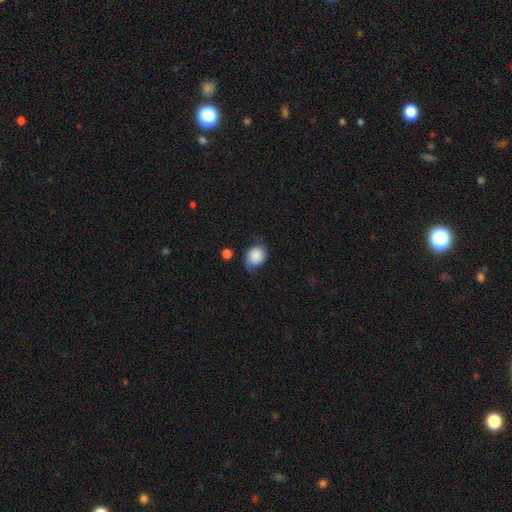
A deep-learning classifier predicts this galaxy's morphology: Smooth or featured? Predicted: smooth (p=0.71). How rounded? Predicted: round (p=0.51). Merging? Predicted: none (p=0.54).